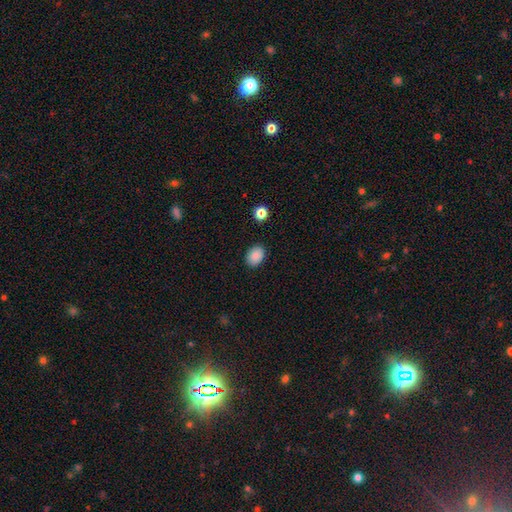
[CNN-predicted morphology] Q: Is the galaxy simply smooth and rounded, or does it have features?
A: smooth — 87%.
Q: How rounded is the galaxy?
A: in between — 64%.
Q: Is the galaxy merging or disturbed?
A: none — 87%.